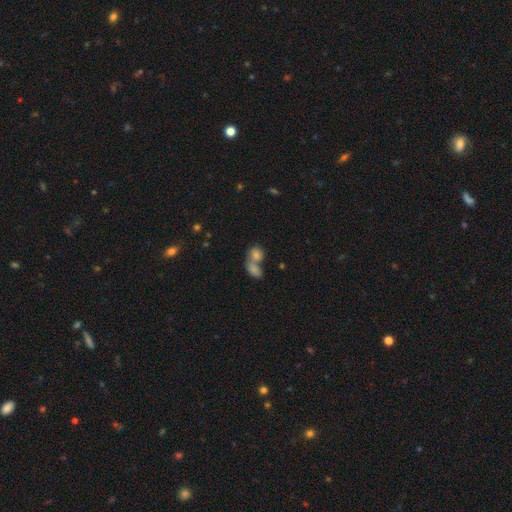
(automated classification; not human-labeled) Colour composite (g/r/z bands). It shows a smooth galaxy with no disk features (69%) that is in between round and cigar-shaped (58%). Merging: merger (62%).